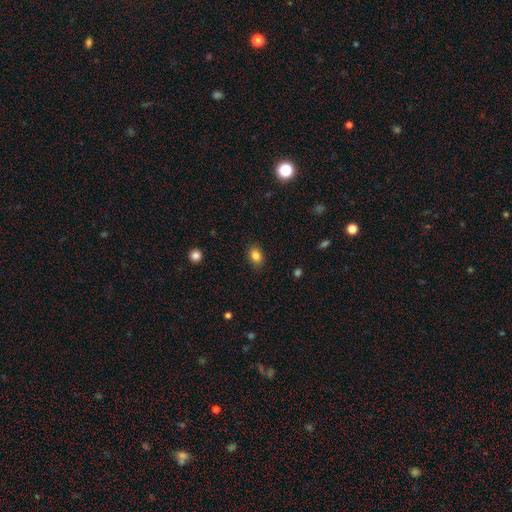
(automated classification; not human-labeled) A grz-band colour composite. It shows a smooth galaxy with no disk features (85%) that is in between round and cigar-shaped (71%). Merging: none (85%).